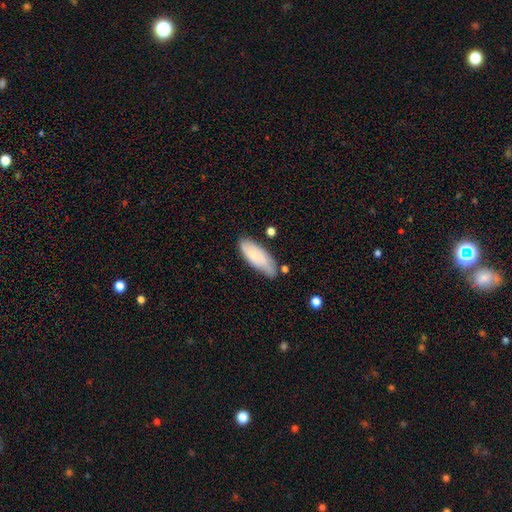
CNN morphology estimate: A smooth galaxy with no disk features (69%) that is in between round and cigar-shaped (73%). Merging: none (60%).